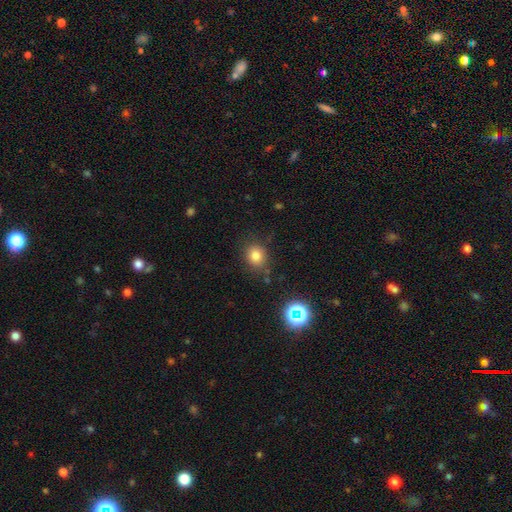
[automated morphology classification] Q: Smooth or featured?
A: smooth (79%); runner-up: star or artifact (14%)
Q: How rounded?
A: round (70%); runner-up: in between (29%)
Q: Merging?
A: none (80%); runner-up: minor disturbance (13%)